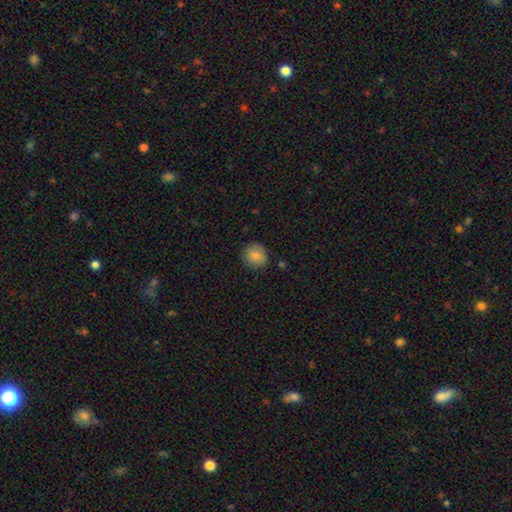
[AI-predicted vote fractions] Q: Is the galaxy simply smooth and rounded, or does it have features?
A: smooth — 83%.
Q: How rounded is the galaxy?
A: round — 85%.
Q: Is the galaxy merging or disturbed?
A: none — 87%.